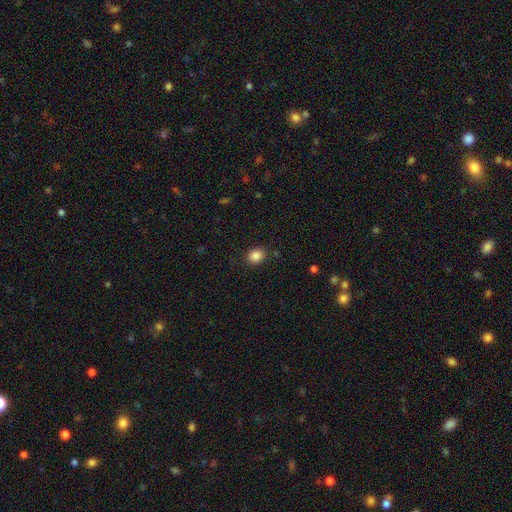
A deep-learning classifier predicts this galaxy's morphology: Overall: smooth (86%). How rounded: round (54%; in between 45%). Merging: none (86%).